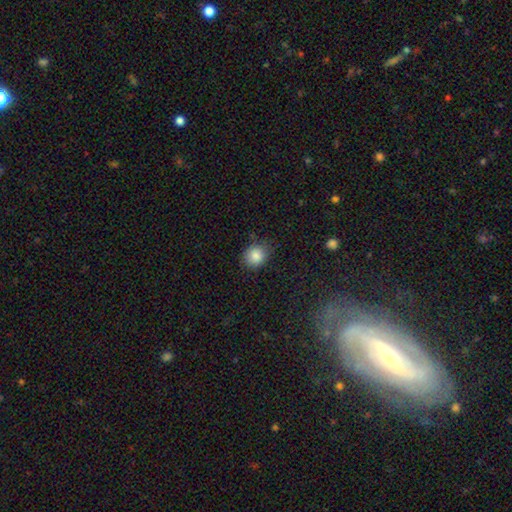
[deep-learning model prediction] smooth-or-featured: smooth: 85% | star or artifact: 10% | featured or disk: 5%
  how-rounded: round: 71% | in between: 28% | cigar-shaped: 1%
  merging: none: 78% | minor disturbance: 17% | major disturbance: 4% | merger: 2%